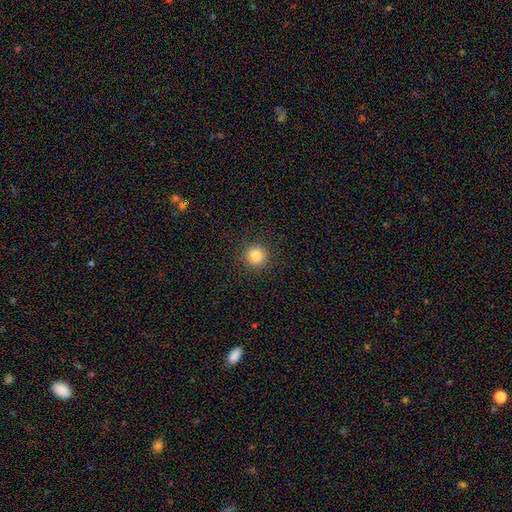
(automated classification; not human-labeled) Smooth or featured?
  - smooth: 84% *
  - star or artifact: 11%
  - featured or disk: 5%
How rounded?
  - round: 95% *
  - in between: 4%
  - cigar-shaped: 1%
Merging?
  - none: 91% *
  - minor disturbance: 5%
  - major disturbance: 2%
  - merger: 1%